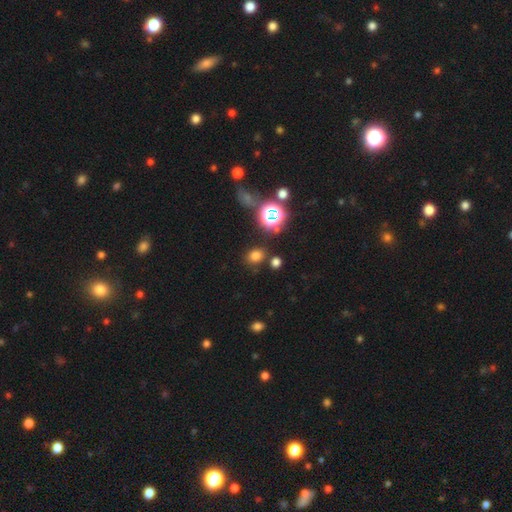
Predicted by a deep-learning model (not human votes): smooth-or-featured: smooth: 70% | star or artifact: 24% | featured or disk: 6%
  how-rounded: round: 57% | in between: 42% | cigar-shaped: 1%
  merging: none: 80% | minor disturbance: 10% | merger: 6% | major disturbance: 4%